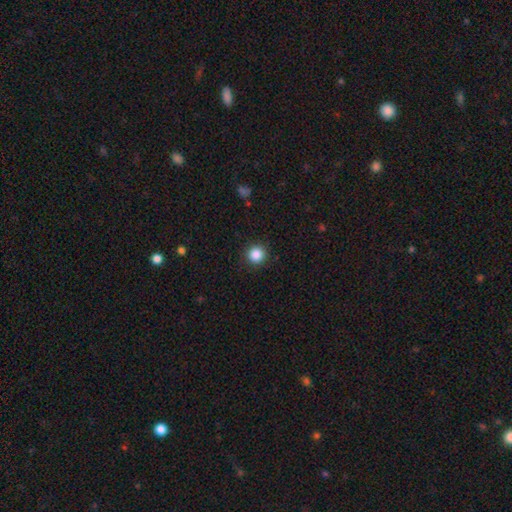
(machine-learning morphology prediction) Overall: smooth (86%). How rounded: round (95%). Merging: none (91%).